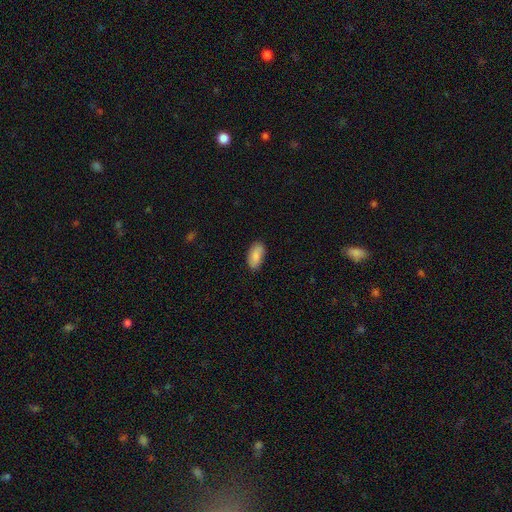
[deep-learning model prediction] Smooth or featured: smooth — 85% (featured or disk — 9%)
How rounded: in between — 93% (cigar-shaped — 4%)
Merging: none — 83% (minor disturbance — 14%)